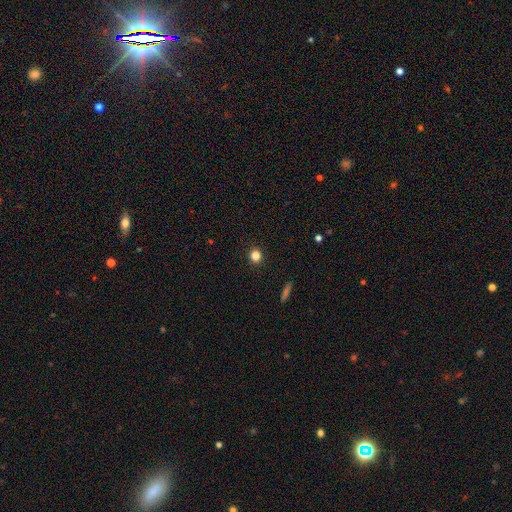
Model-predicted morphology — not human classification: Smooth or featured: smooth — 82% (star or artifact — 13%)
How rounded: round — 86% (in between — 13%)
Merging: none — 91% (minor disturbance — 6%)